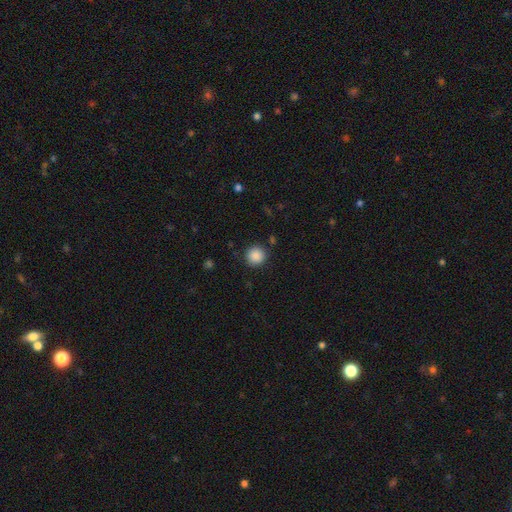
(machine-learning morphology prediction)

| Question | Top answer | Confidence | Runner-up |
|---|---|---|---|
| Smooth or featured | smooth | 87% | star or artifact (9%) |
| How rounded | round | 94% | in between (5%) |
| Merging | none | 90% | minor disturbance (6%) |